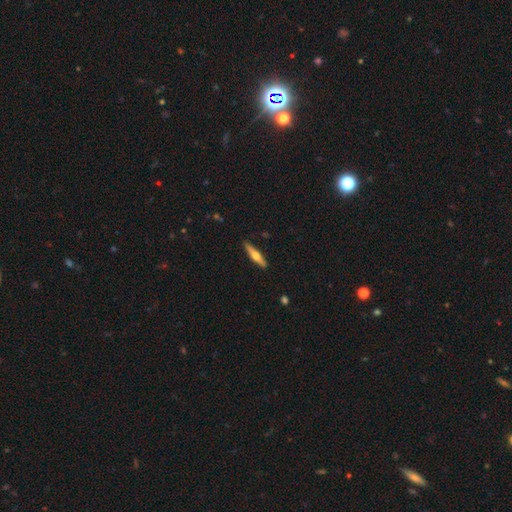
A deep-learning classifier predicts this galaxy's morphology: Smooth or featured? Predicted: featured or disk (p=0.56). Edge-on disk? Predicted: yes (p=0.96). Edge-on bulge? Predicted: rounded (p=0.92). Merging? Predicted: none (p=0.89).